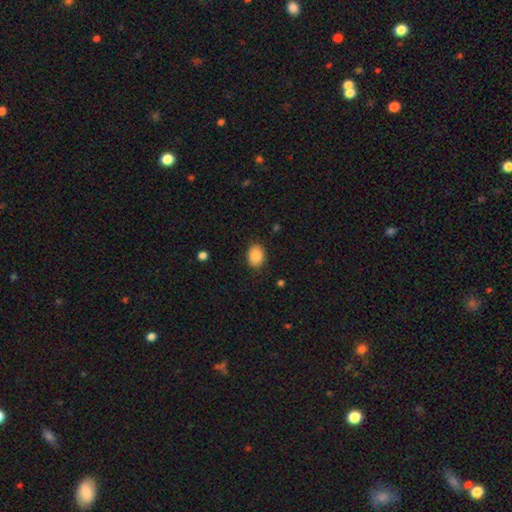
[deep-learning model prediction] Smooth or featured? smooth (89%)
How rounded? in between (67%)
Merging? none (86%)